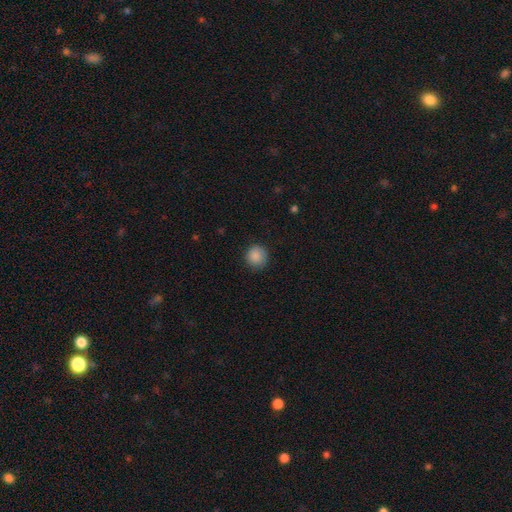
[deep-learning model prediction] Smooth or featured: smooth — 88% (star or artifact — 9%)
How rounded: round — 93% (in between — 6%)
Merging: none — 87% (minor disturbance — 10%)